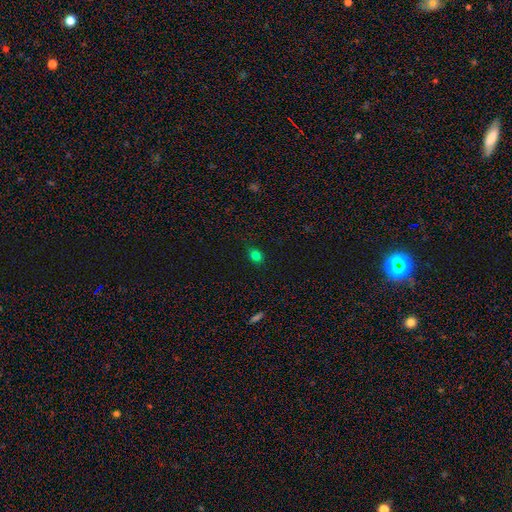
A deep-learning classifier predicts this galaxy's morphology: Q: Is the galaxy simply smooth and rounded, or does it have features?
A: smooth — 79%.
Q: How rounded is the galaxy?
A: round — 51%.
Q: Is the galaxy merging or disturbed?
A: none — 83%.